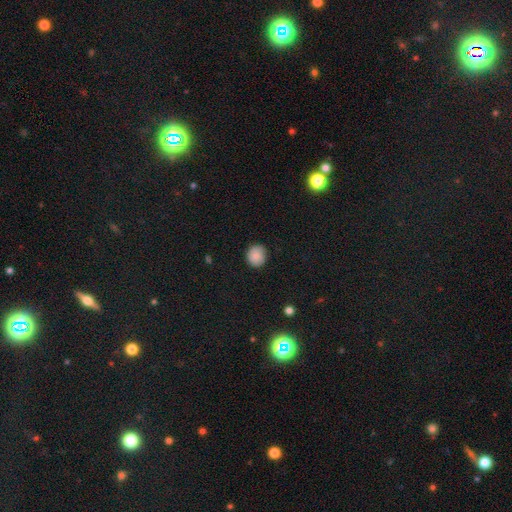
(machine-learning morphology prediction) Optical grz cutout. It shows a smooth galaxy with no disk features (87%) that is round (83%). Merging: none (84%).